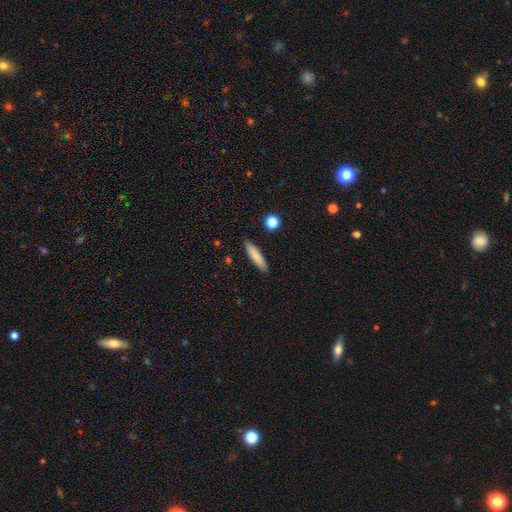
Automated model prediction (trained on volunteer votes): A smooth galaxy with no disk features (81%) that is cigar-shaped (82%). Merging: none (89%).